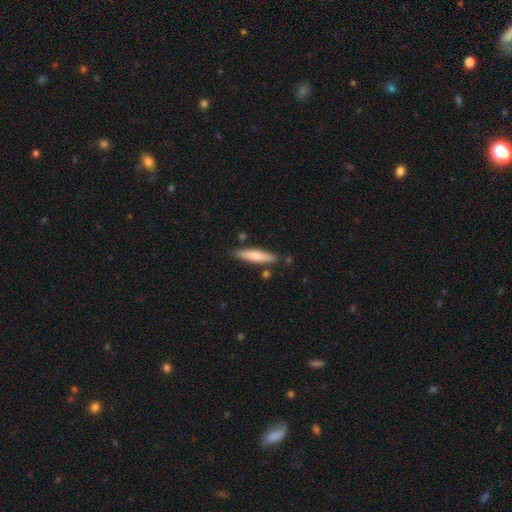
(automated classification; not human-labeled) Smooth or featured?
  - smooth: 69% *
  - featured or disk: 26%
  - star or artifact: 5%
How rounded?
  - cigar-shaped: 80% *
  - in between: 19%
  - round: 2%
Merging?
  - none: 83% *
  - minor disturbance: 11%
  - merger: 4%
  - major disturbance: 2%